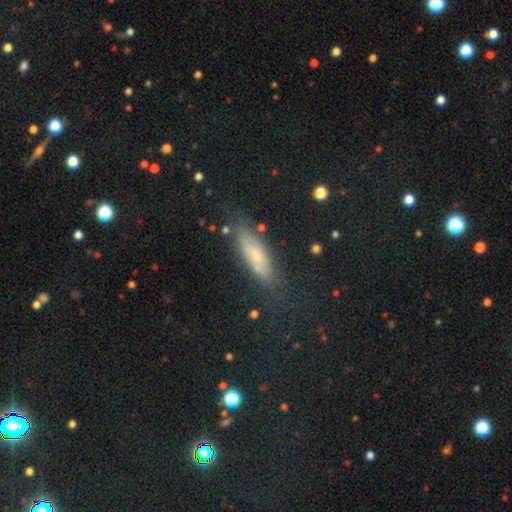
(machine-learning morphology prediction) Overall: smooth (58%; featured or disk 28%). How rounded: cigar-shaped (51%; in between 45%). Merging: none (75%).